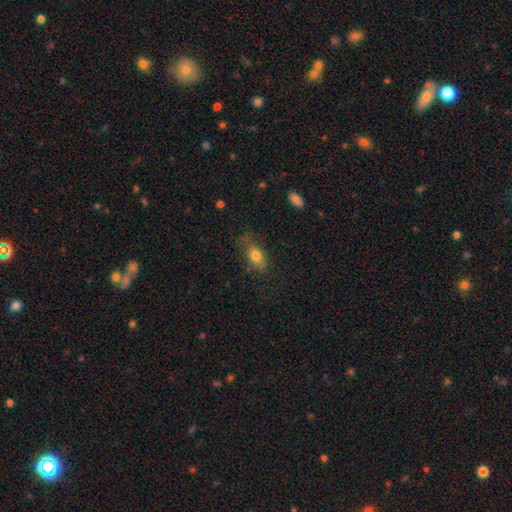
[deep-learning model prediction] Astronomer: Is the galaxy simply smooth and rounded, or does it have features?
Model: smooth — 77%.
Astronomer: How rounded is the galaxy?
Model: in between — 83%.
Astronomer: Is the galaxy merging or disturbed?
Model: none — 60%.